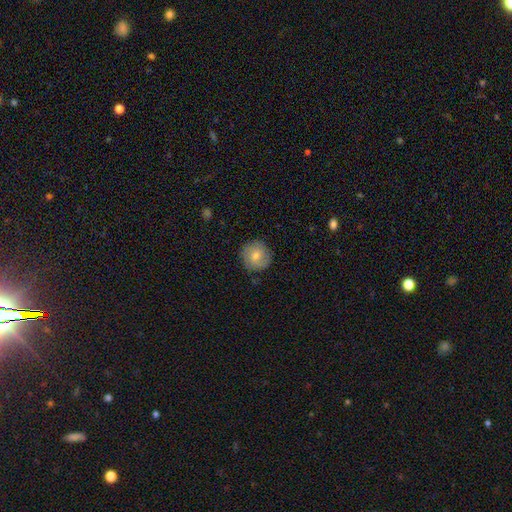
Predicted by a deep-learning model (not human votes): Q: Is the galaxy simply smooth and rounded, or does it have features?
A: smooth — 59%.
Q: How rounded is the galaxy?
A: round — 93%.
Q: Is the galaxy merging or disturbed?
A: none — 85%.